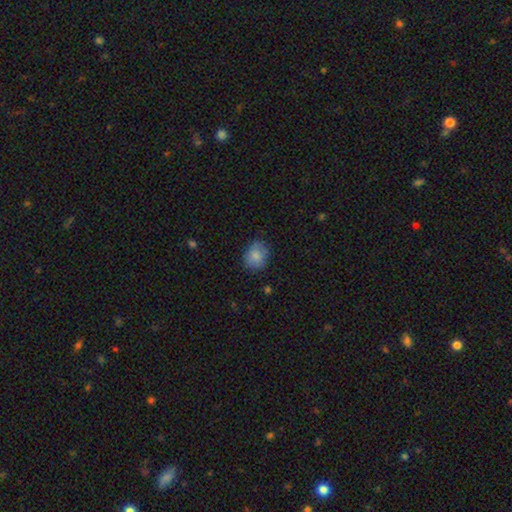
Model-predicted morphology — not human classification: smooth 82%, featured or disk 10%, star or artifact 8%. Down the decision tree: how rounded — round (53%); merging — none (76%).